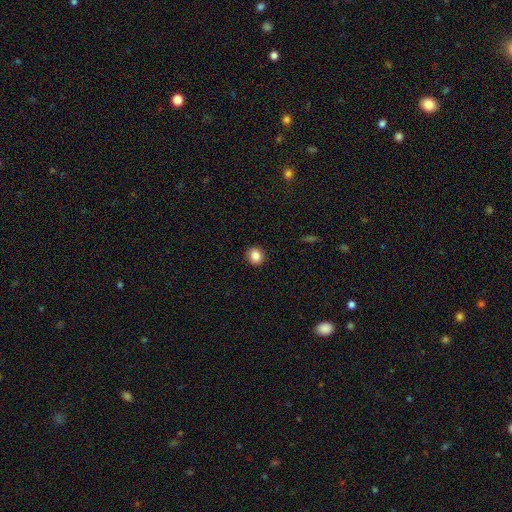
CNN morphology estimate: Smooth or featured?
  - smooth: 86% *
  - star or artifact: 10%
  - featured or disk: 4%
How rounded?
  - round: 79% *
  - in between: 20%
  - cigar-shaped: 1%
Merging?
  - none: 92% *
  - minor disturbance: 6%
  - major disturbance: 2%
  - merger: 1%